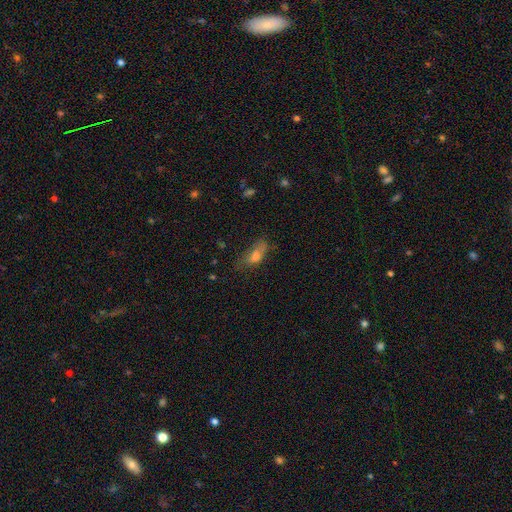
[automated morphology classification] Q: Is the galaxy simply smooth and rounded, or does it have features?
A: smooth — 62%.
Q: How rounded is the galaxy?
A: in between — 70%.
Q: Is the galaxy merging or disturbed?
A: none — 44%.